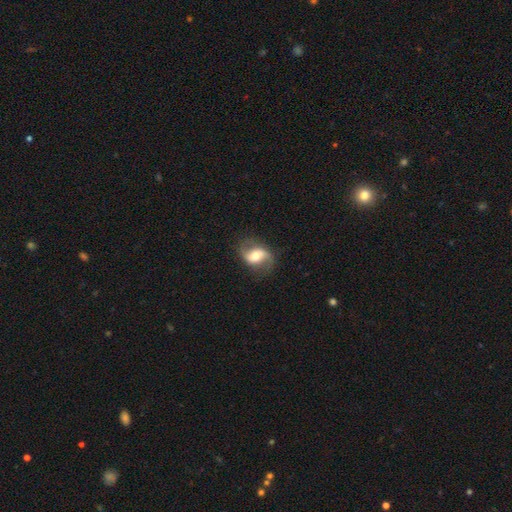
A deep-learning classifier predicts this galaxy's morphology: Smooth or featured? featured or disk (73%)
Edge-on disk? no (96%)
Bar? weak (38%)
Spiral arms? yes (91%)
Spiral winding? loose (61%)
Spiral arm count? 2 (91%)
Bulge size? moderate (65%)
Merging? none (79%)